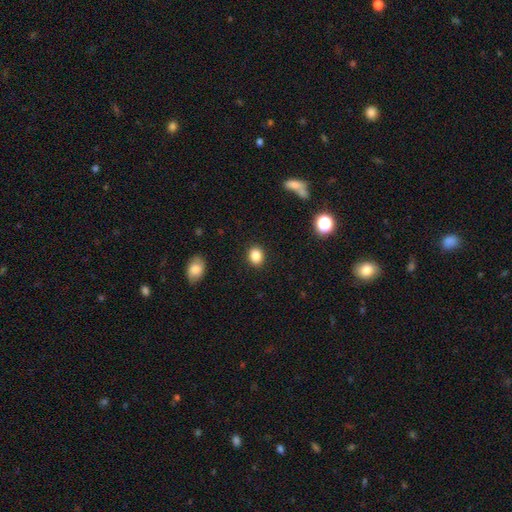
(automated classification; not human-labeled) Smooth or featured?
  - smooth: 86% *
  - star or artifact: 10%
  - featured or disk: 5%
How rounded?
  - round: 53% *
  - in between: 46%
  - cigar-shaped: 1%
Merging?
  - none: 89% *
  - minor disturbance: 7%
  - major disturbance: 2%
  - merger: 1%